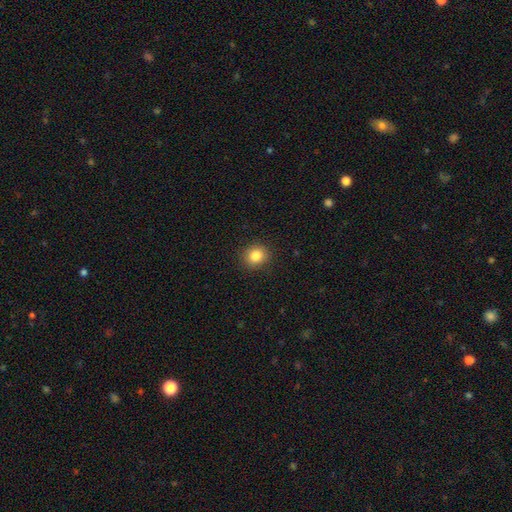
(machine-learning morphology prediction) smooth-or-featured: smooth: 84% | star or artifact: 10% | featured or disk: 6%
  how-rounded: round: 81% | in between: 18% | cigar-shaped: 1%
  merging: none: 90% | minor disturbance: 7% | major disturbance: 2% | merger: 1%